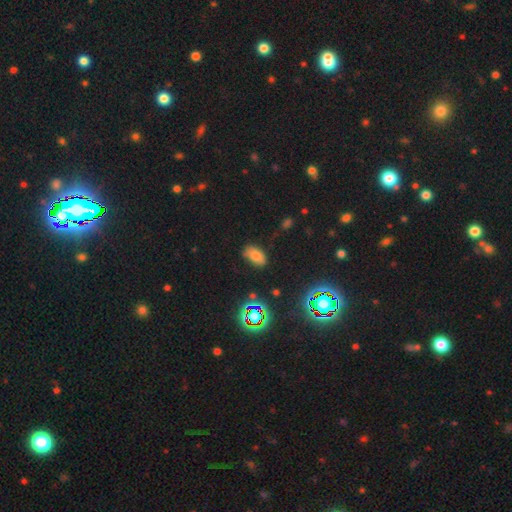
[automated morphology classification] smooth-or-featured: smooth: 68% | star or artifact: 21% | featured or disk: 10%
  how-rounded: in between: 91% | round: 7% | cigar-shaped: 2%
  merging: none: 71% | minor disturbance: 20% | major disturbance: 6% | merger: 2%